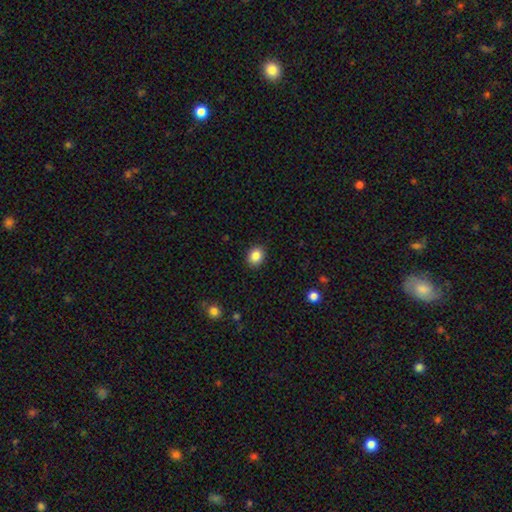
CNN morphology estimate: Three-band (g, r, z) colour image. It shows a smooth galaxy with no disk features (86%) that is round (55%). Merging: none (90%).